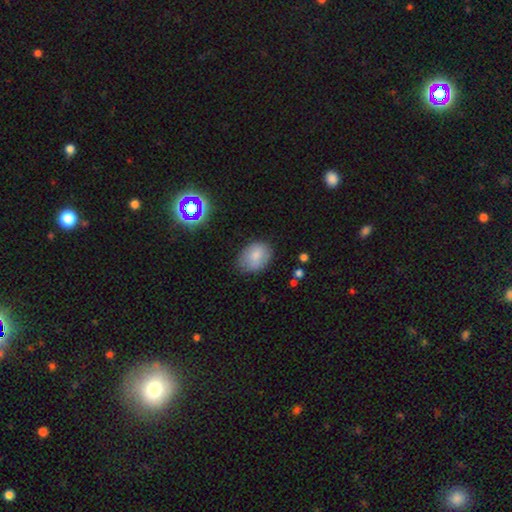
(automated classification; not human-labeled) smooth 79%, featured or disk 11%, star or artifact 10%. Down the decision tree: how rounded — in between (69%); merging — none (73%).